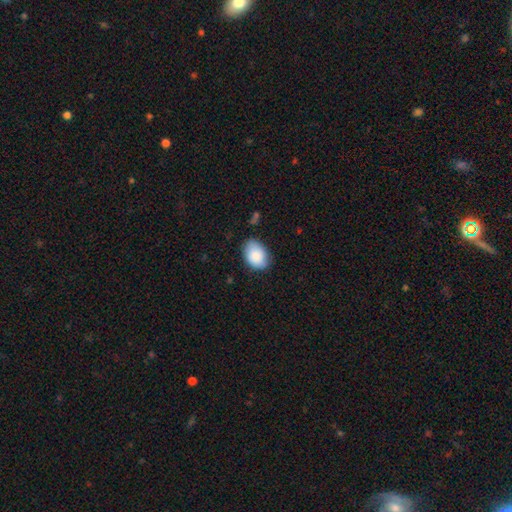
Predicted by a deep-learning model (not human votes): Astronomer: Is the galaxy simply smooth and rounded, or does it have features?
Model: smooth — 88%.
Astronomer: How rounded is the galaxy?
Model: in between — 78%.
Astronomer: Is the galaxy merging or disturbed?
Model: none — 72%.